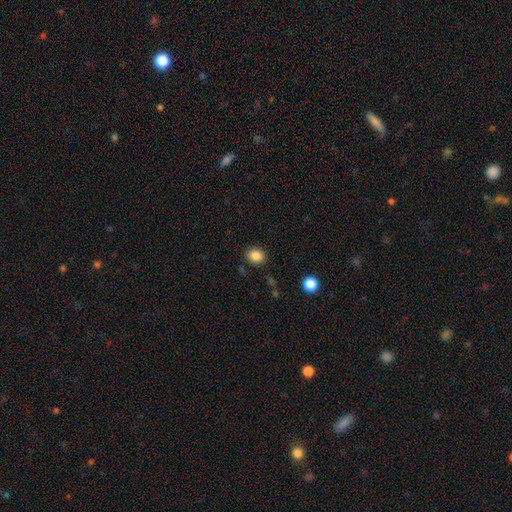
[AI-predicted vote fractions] This appears to be a smooth galaxy with no disk features (86%) that is round (56%). Merging: none (87%).